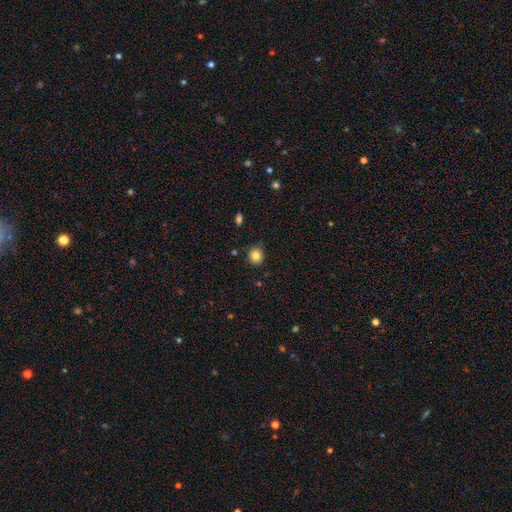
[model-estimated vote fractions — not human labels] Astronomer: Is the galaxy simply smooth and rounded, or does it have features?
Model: smooth — 83%.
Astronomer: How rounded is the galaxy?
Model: round — 84%.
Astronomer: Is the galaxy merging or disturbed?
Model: none — 83%.